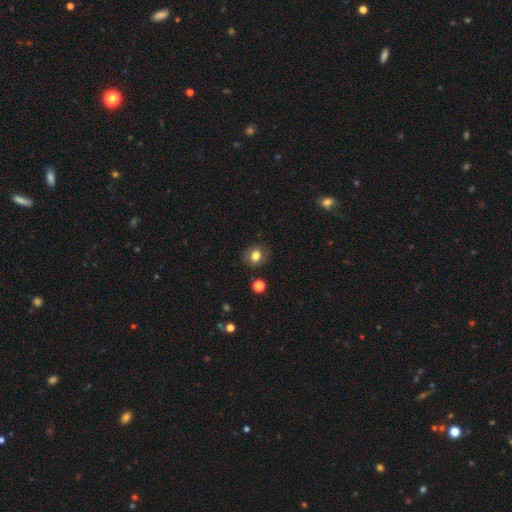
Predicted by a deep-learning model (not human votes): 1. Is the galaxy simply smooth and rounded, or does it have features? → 78% smooth, 11% star or artifact, 11% featured or disk.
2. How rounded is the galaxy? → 70% round, 29% in between, 1% cigar-shaped.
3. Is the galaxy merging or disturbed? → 86% none, 10% minor disturbance, 3% major disturbance, 2% merger.